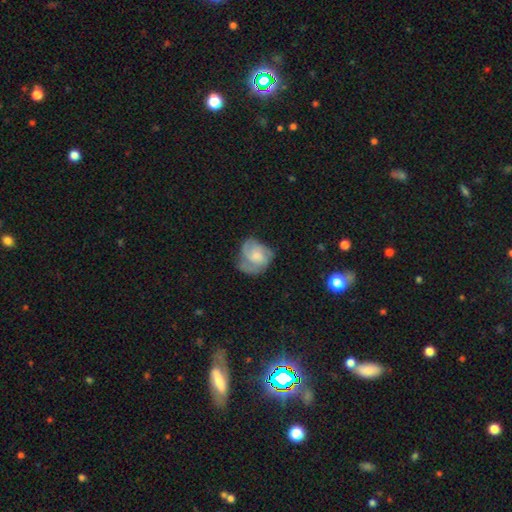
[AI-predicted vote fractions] A featured or disk galaxy (56%) with no bar (74%), spiral arms (80%) and a small central bulge (39%).

Vote fractions:
- Smooth or featured? featured or disk: 56% / smooth: 37% / star or artifact: 7%
- Edge-on disk? no: 98% / yes: 2%
- Bar? no: 74% / weak: 23% / strong: 3%
- Spiral arms? yes: 80% / no: 20%
- Bulge size? small: 39% / moderate: 37% / none: 14% / large: 8% / dominant: 2%
- Merging? none: 45% / minor disturbance: 30% / major disturbance: 22% / merger: 2%